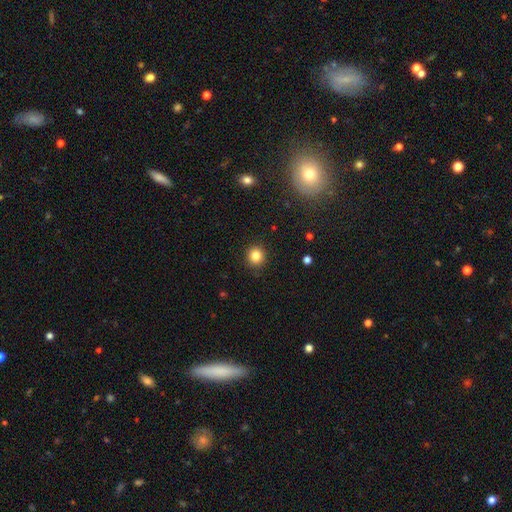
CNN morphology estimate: type=smooth (84%); roundness=round (90%); merging=none (92%).